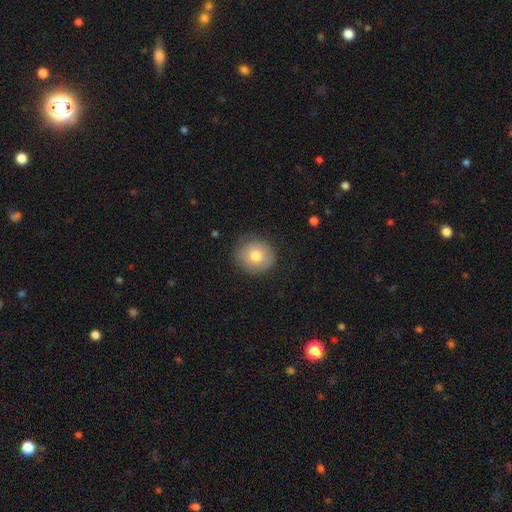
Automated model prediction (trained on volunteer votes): A smooth galaxy with no disk features (77%) that is round (91%). Merging: none (86%).